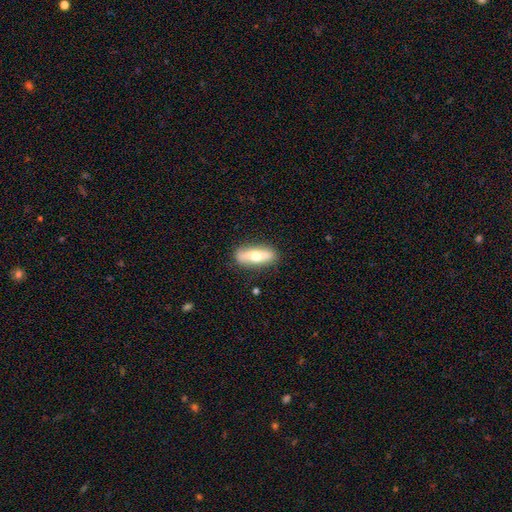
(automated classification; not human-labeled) This appears to be a smooth galaxy with no disk features (57%) that is in between round and cigar-shaped (58%). Merging: none (85%).